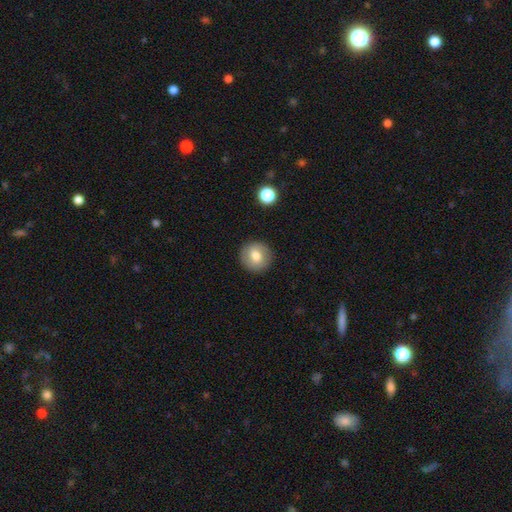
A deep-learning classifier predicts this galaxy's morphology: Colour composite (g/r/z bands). It shows a smooth galaxy with no disk features (75%) that is round (93%). Merging: none (90%).